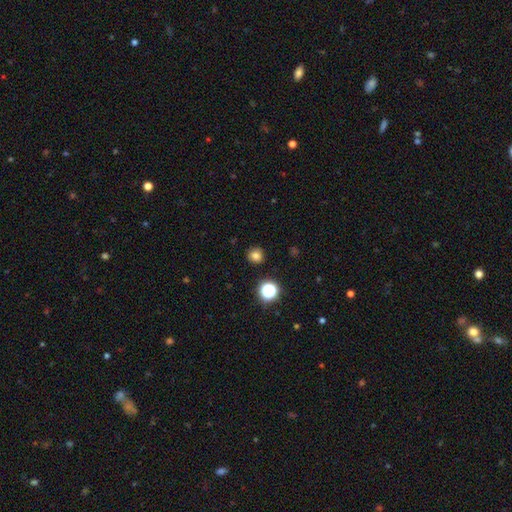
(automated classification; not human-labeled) Smooth or featured?
  - smooth: 79% *
  - star or artifact: 16%
  - featured or disk: 6%
How rounded?
  - round: 92% *
  - in between: 7%
  - cigar-shaped: 1%
Merging?
  - none: 90% *
  - minor disturbance: 6%
  - major disturbance: 2%
  - merger: 2%